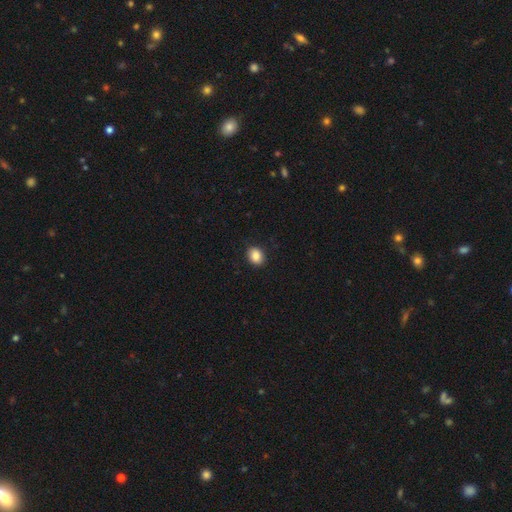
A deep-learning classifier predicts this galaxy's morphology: Smooth or featured? Predicted: smooth (p=0.86). How rounded? Predicted: in between (p=0.54). Merging? Predicted: none (p=0.89).